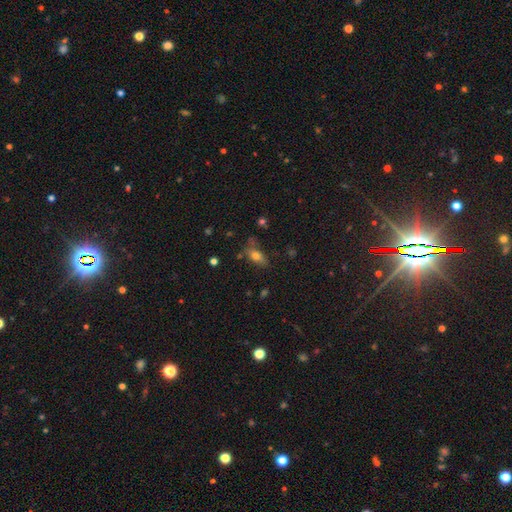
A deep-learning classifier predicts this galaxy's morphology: The model was most divided on "merging": none: 60%, minor disturbance: 24%, major disturbance: 9%, merger: 7%. More confident: how rounded — in between (80%); smooth or featured — smooth (73%).